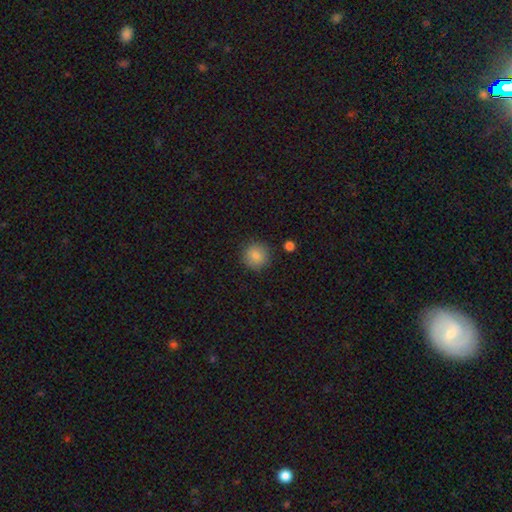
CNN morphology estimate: smooth_or_featured: smooth (p=0.86) [alt: star or artifact p=0.09]
how_rounded: round (p=0.93) [alt: in between p=0.06]
merging: none (p=0.88) [alt: minor disturbance p=0.08]